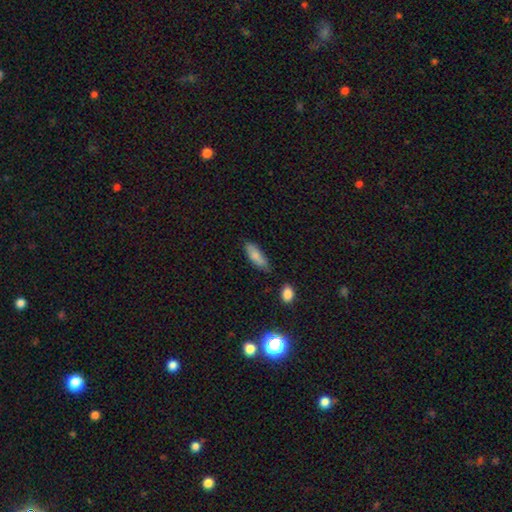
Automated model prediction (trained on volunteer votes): A smooth galaxy with no disk features (82%) that is in between round and cigar-shaped (62%).

Vote fractions:
- Smooth or featured? smooth: 82% / featured or disk: 12% / star or artifact: 7%
- How rounded? in between: 62% / cigar-shaped: 36% / round: 2%
- Merging? none: 72% / minor disturbance: 20% / merger: 4% / major disturbance: 4%